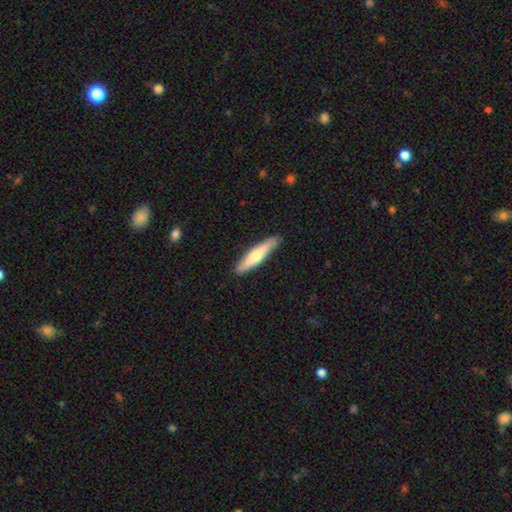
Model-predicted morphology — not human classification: type=smooth (60%); roundness=cigar-shaped (85%); merging=none (88%).